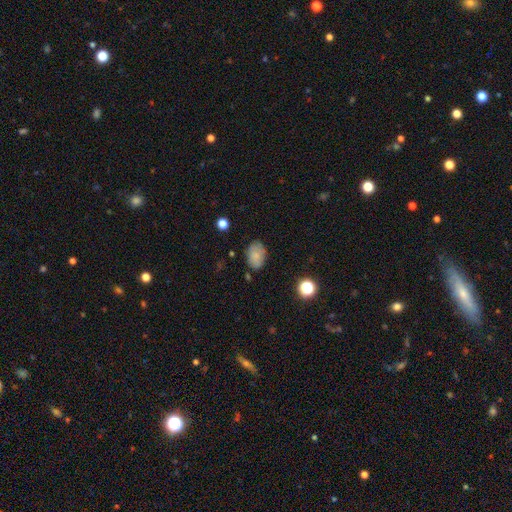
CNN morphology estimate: Smooth or featured: smooth — 77% (featured or disk — 13%)
How rounded: in between — 82% (round — 16%)
Merging: none — 75% (minor disturbance — 18%)